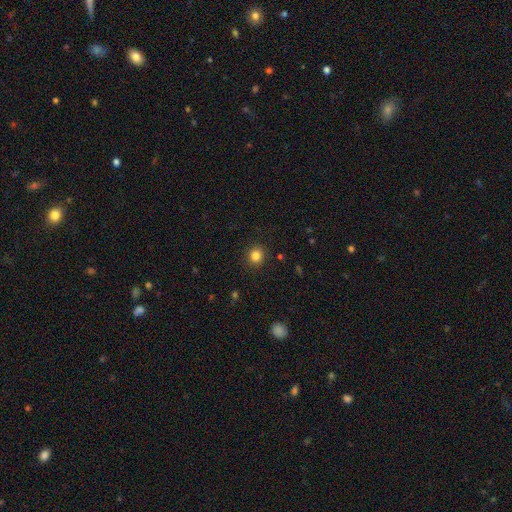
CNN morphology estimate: Smooth or featured?
  - smooth: 83% *
  - star or artifact: 12%
  - featured or disk: 5%
How rounded?
  - round: 90% *
  - in between: 9%
  - cigar-shaped: 1%
Merging?
  - none: 91% *
  - minor disturbance: 6%
  - major disturbance: 2%
  - merger: 1%